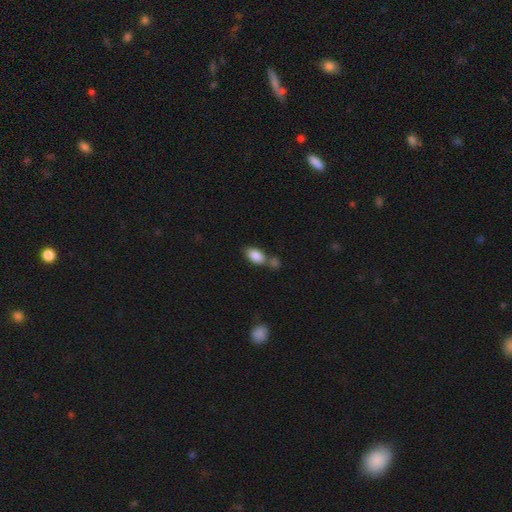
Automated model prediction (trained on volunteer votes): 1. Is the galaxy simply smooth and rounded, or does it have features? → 87% smooth, 7% star or artifact, 6% featured or disk.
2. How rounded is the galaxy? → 92% in between, 5% round, 3% cigar-shaped.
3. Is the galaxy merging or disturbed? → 48% none, 36% merger, 12% minor disturbance, 4% major disturbance.